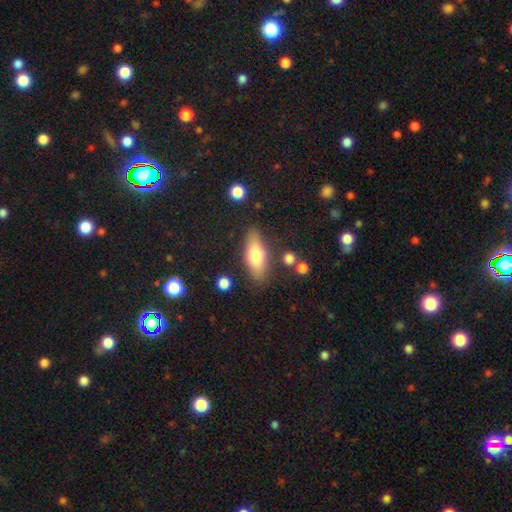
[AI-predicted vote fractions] Morphology: type=smooth (68%); roundness=in between (69%); merging=none (80%).